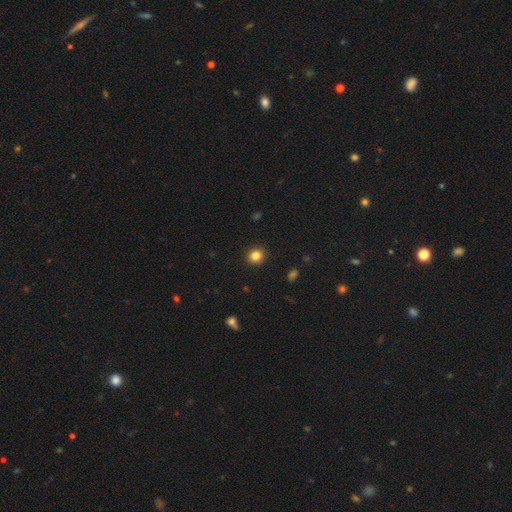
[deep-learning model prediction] smooth 83%, star or artifact 12%, featured or disk 5%. Down the decision tree: how rounded — round (87%); merging — none (92%).